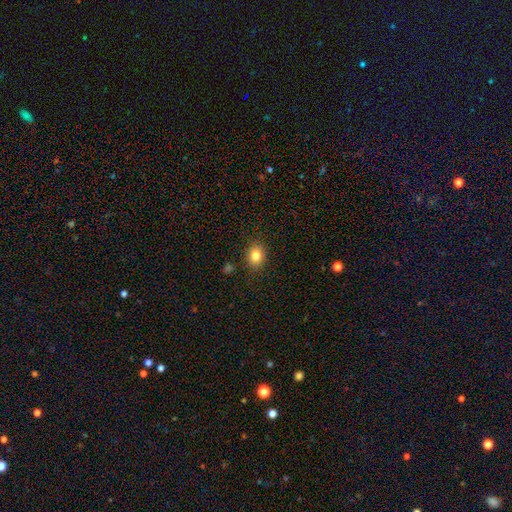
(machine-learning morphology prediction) Smooth or featured?
  - smooth: 83% *
  - star or artifact: 10%
  - featured or disk: 7%
How rounded?
  - in between: 57% *
  - round: 42%
  - cigar-shaped: 1%
Merging?
  - none: 87% *
  - minor disturbance: 9%
  - major disturbance: 2%
  - merger: 1%